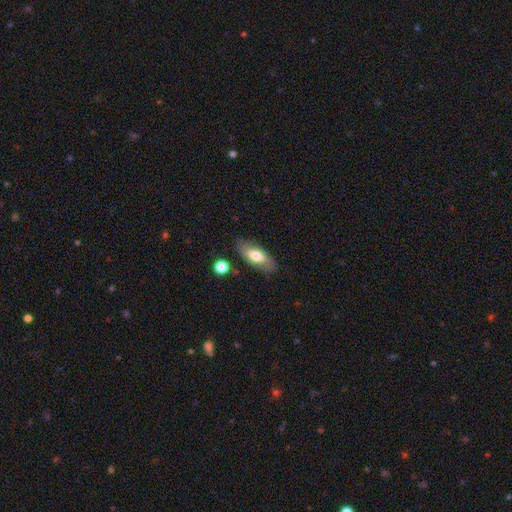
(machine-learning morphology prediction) smooth_or_featured: smooth (p=0.66) [alt: featured or disk p=0.27]
how_rounded: in between (p=0.81) [alt: cigar-shaped p=0.17]
merging: none (p=0.81) [alt: minor disturbance p=0.13]